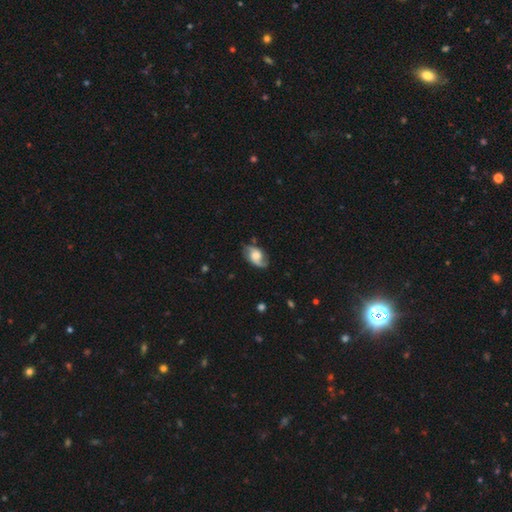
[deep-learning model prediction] A featured or disk galaxy (68%) with no bar (61%), 2 (81%) loose (41%, tied with medium) spiral arms (92%) and a moderate central bulge (45%).

Vote fractions:
- Smooth or featured? featured or disk: 68% / smooth: 25% / star or artifact: 7%
- Edge-on disk? no: 95% / yes: 5%
- Bar? no: 61% / weak: 33% / strong: 7%
- Spiral arms? yes: 92% / no: 8%
- Spiral winding? loose: 41% (tied) / medium: 41% (tied) / tight: 18%
- Spiral arm count? 2: 81% / 1: 9% / can't tell: 6% / 3: 2% / 4: 1% / more than 4: 1%
- Bulge size? moderate: 45% / large: 31% / small: 15% / none: 6% / dominant: 3%
- Merging? none: 70% / minor disturbance: 21% / major disturbance: 8% / merger: 2%